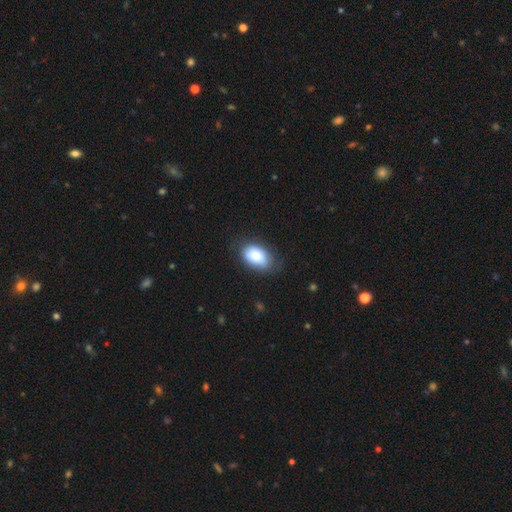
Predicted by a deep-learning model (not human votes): smooth 83%, featured or disk 10%, star or artifact 7%. Down the decision tree: how rounded — in between (90%); merging — none (71%).